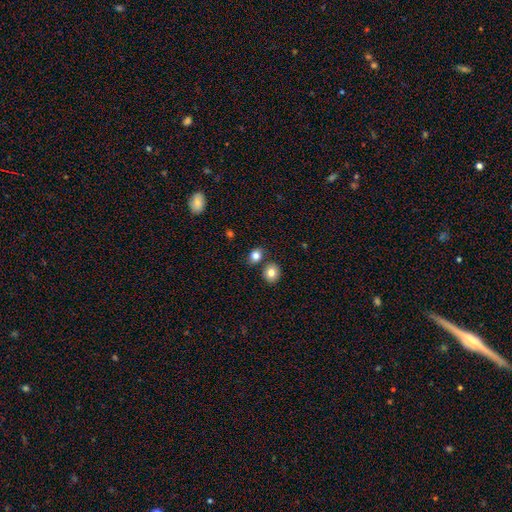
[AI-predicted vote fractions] Smooth or featured? Predicted: smooth (p=0.82). How rounded? Predicted: round (p=0.56). Merging? Predicted: none (p=0.71).